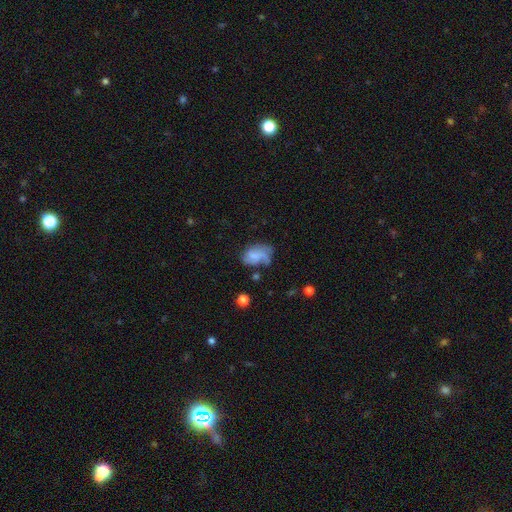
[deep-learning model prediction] smooth-or-featured: smooth: 52% | featured or disk: 39% | star or artifact: 10%
  how-rounded: in between: 85% | round: 14% | cigar-shaped: 2%
  merging: none: 33% | major disturbance: 32% | minor disturbance: 28% | merger: 7%